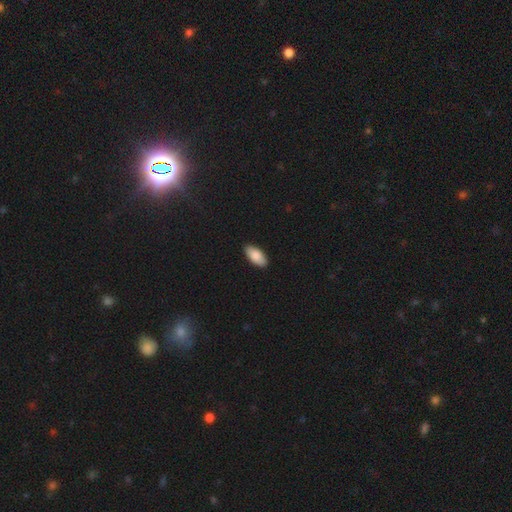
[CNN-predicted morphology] Smooth or featured? smooth (88%)
How rounded? in between (92%)
Merging? none (90%)